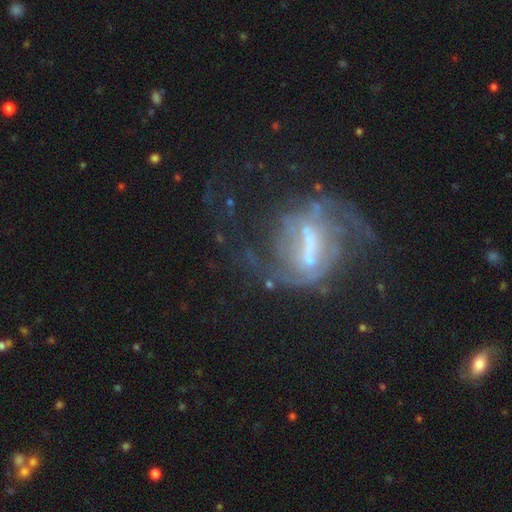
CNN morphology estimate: A featured or disk galaxy (79%) with a strong bar (57%), 2 (70%) medium (42%) spiral arms (83%) and a small central bulge (32%).

Vote fractions:
- Smooth or featured? featured or disk: 79% / star or artifact: 11% / smooth: 10%
- Edge-on disk? no: 92% / yes: 8%
- Bar? strong: 57% / weak: 33% / no: 11%
- Spiral arms? yes: 83% / no: 17%
- Spiral winding? medium: 42% / loose: 37% / tight: 21%
- Spiral arm count? 2: 70% / can't tell: 17% / 1: 5% / 3: 4% / 4: 2% / more than 4: 2%
- Bulge size? small: 32% / moderate: 28% / none: 26% / large: 11% / dominant: 2%
- Merging? none: 52% / major disturbance: 27% / minor disturbance: 17% / merger: 4%